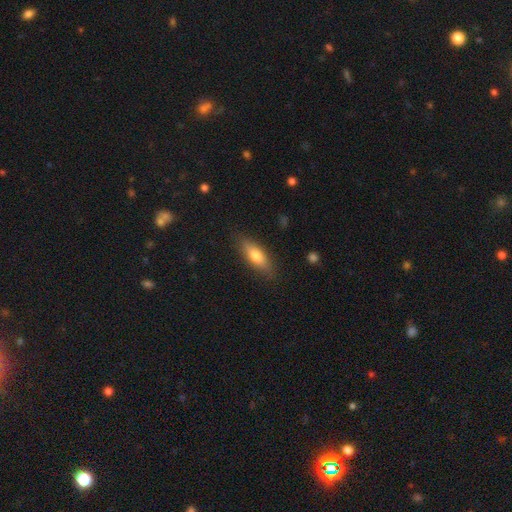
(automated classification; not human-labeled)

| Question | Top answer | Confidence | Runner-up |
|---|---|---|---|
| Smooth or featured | smooth | 73% | featured or disk (21%) |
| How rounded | in between | 66% | cigar-shaped (31%) |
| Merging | none | 83% | minor disturbance (13%) |